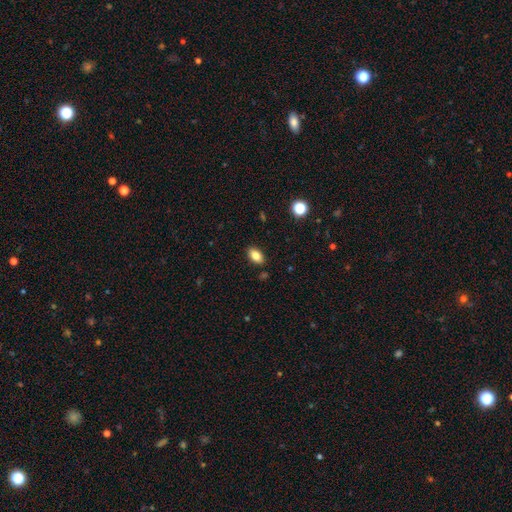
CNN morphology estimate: type=smooth (82%); roundness=in between (90%); merging=none (87%).